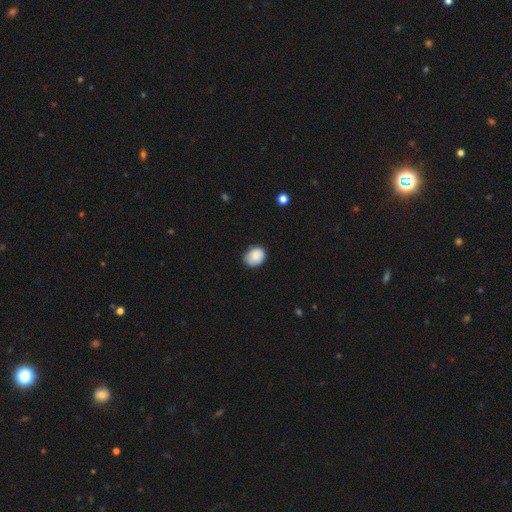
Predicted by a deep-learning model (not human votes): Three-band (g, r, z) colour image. It shows a smooth galaxy with no disk features (87%) that is round (50%). Merging: none (75%).